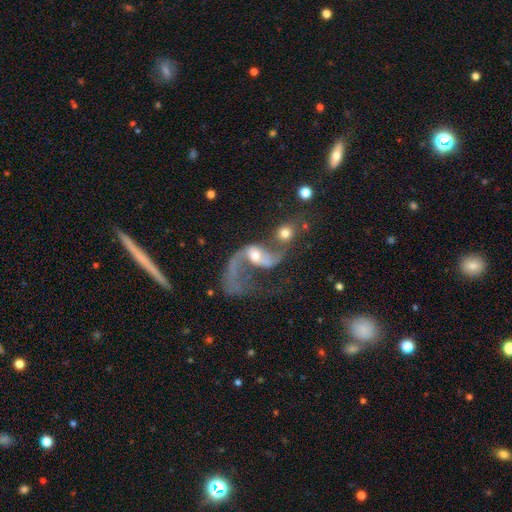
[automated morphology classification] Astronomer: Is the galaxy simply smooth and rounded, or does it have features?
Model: featured or disk — 78%.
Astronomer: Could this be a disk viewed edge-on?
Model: no — 96%.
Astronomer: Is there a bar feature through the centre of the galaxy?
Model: no — 48% (runner-up: weak, 35%).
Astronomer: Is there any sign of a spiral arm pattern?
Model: yes — 88%.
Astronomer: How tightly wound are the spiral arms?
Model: loose — 84%.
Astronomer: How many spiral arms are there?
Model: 2 — 74%.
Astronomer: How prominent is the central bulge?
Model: moderate — 59%.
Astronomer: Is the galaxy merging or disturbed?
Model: merger — 55%.